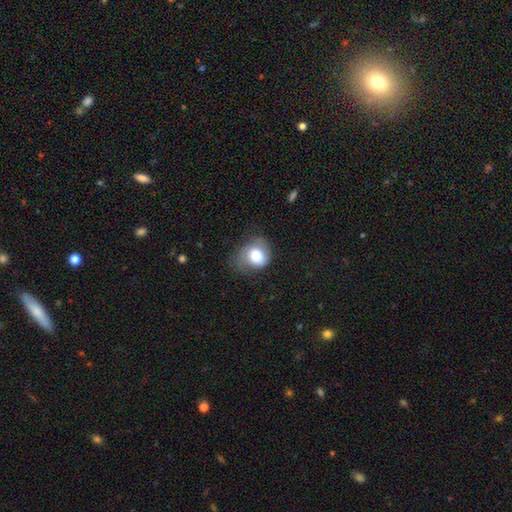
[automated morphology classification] Q: Smooth or featured?
A: smooth (72%); runner-up: featured or disk (20%)
Q: How rounded?
A: round (61%); runner-up: in between (38%)
Q: Merging?
A: none (39%); runner-up: minor disturbance (35%)